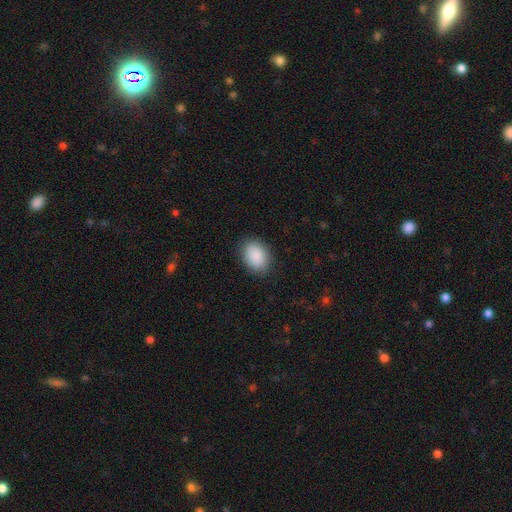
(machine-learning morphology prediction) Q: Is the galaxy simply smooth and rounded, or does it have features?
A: smooth — 90%.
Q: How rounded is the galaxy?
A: in between — 76%.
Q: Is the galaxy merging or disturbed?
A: none — 86%.